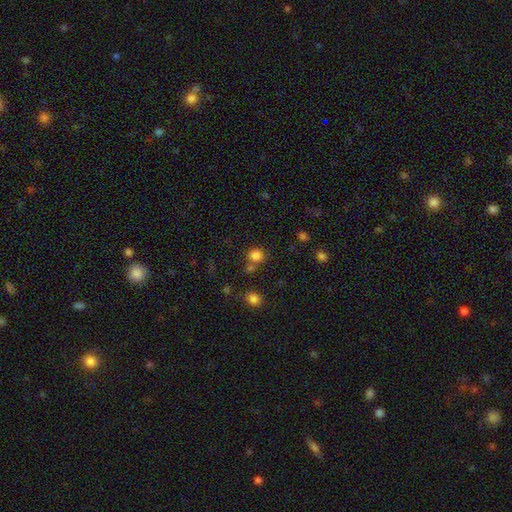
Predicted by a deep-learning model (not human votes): Morphology: type=smooth (81%); roundness=round (86%); merging=none (65%).